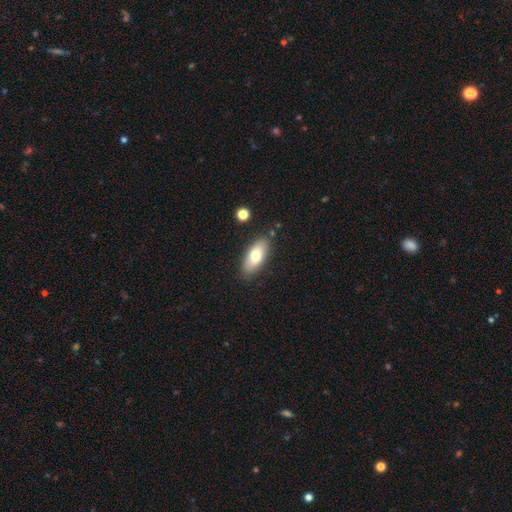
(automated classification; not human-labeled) Q: Smooth or featured?
A: smooth (74%); runner-up: featured or disk (19%)
Q: How rounded?
A: in between (84%); runner-up: cigar-shaped (14%)
Q: Merging?
A: none (83%); runner-up: minor disturbance (11%)